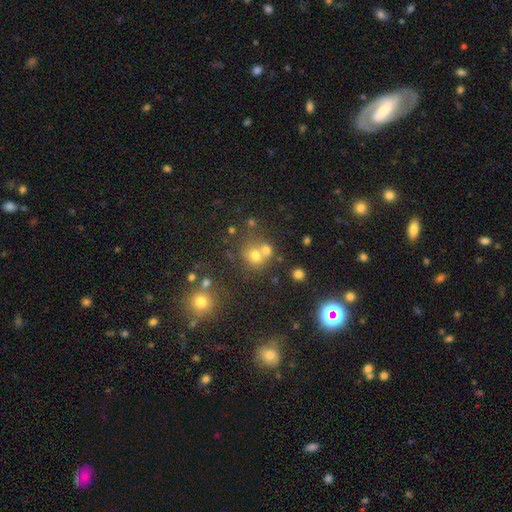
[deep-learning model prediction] smooth_or_featured: smooth (p=0.64) [alt: star or artifact p=0.23]
how_rounded: round (p=0.80) [alt: in between p=0.19]
merging: none (p=0.48) [alt: merger p=0.38]